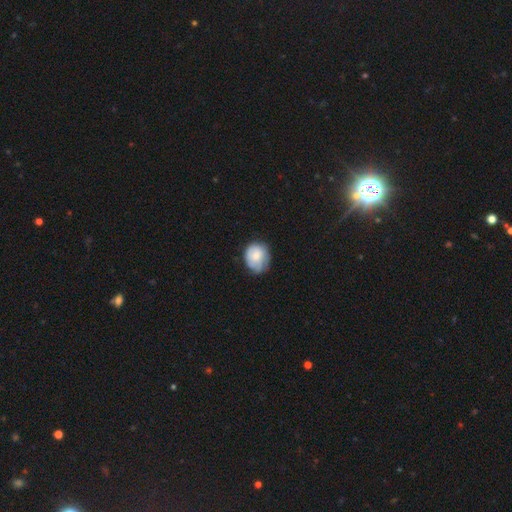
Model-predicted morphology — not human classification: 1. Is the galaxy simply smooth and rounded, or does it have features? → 60% smooth, 33% featured or disk, 8% star or artifact.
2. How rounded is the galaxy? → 62% round, 38% in between, 1% cigar-shaped.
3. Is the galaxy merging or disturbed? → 52% none, 34% minor disturbance, 12% major disturbance, 2% merger.